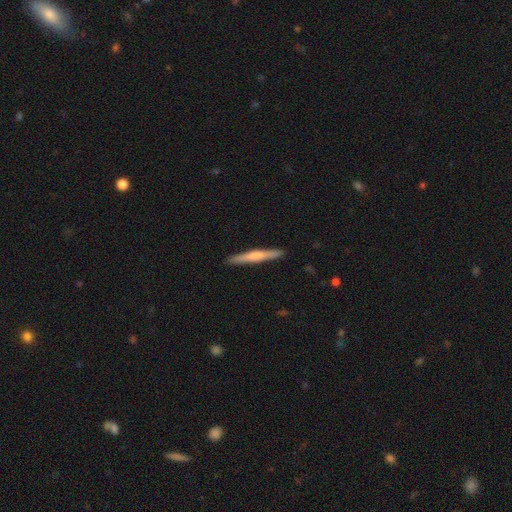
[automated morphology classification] A smooth galaxy with no disk features (51%) that is cigar-shaped (96%).

Vote fractions:
- Smooth or featured? smooth: 51% / featured or disk: 44% / star or artifact: 5%
- How rounded? cigar-shaped: 96% / in between: 3% / round: 1%
- Merging? none: 91% / minor disturbance: 6% / major disturbance: 1% / merger: 1%